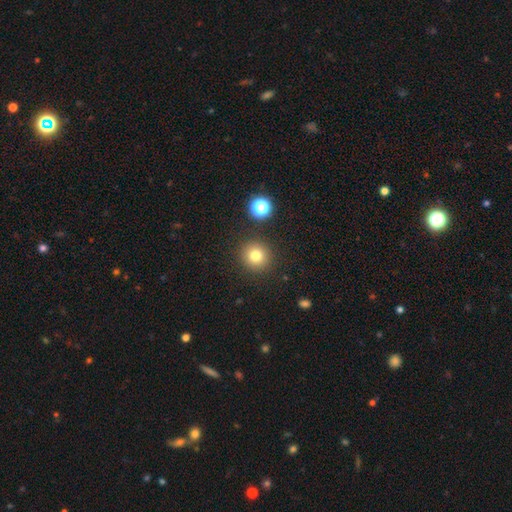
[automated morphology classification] This appears to be a smooth galaxy with no disk features (78%) that is round (93%). Merging: none (89%).